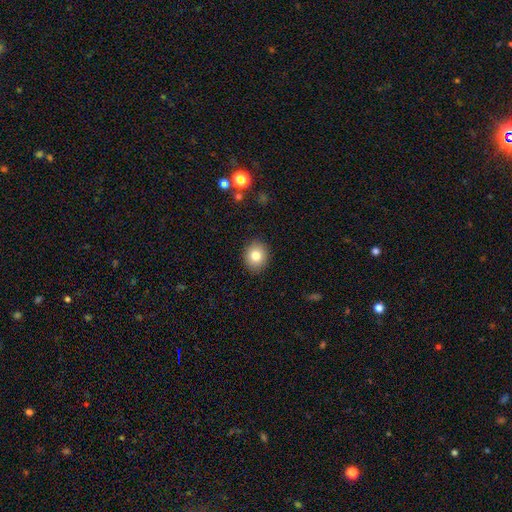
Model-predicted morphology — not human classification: A smooth galaxy with no disk features (80%) that is round (68%).

Vote fractions:
- Smooth or featured? smooth: 80% / star or artifact: 10% / featured or disk: 10%
- How rounded? round: 68% / in between: 31% / cigar-shaped: 1%
- Merging? none: 90% / minor disturbance: 7% / major disturbance: 2% / merger: 1%